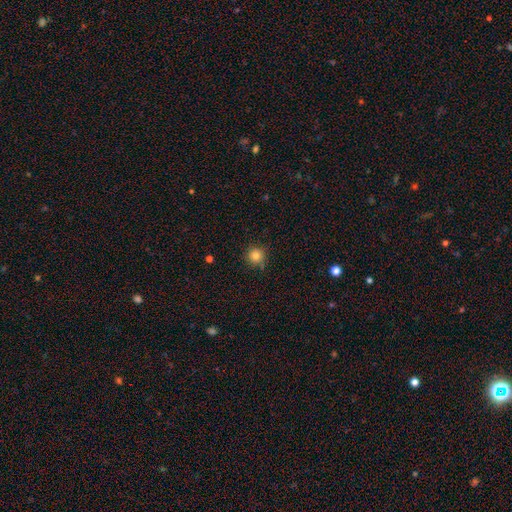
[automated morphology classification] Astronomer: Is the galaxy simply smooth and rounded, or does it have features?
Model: smooth — 82%.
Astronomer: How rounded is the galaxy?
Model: round — 95%.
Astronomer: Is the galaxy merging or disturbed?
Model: none — 84%.